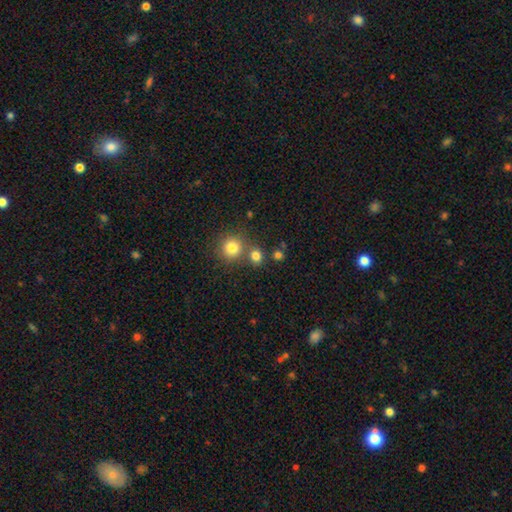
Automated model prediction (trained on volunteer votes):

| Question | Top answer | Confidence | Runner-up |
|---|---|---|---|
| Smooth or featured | smooth | 79% | star or artifact (14%) |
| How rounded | round | 84% | in between (15%) |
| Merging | none | 66% | merger (24%) |